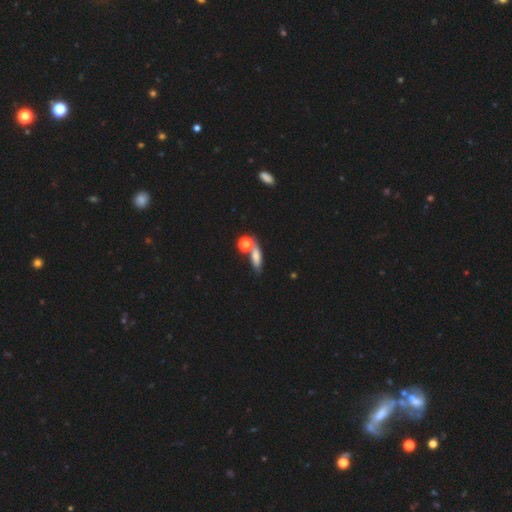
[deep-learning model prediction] This appears to be a smooth galaxy with no disk features (72%) that is in between round and cigar-shaped (51%). Merging: none (58%).